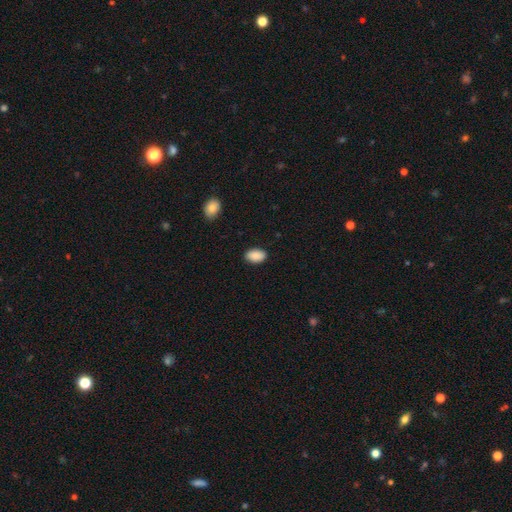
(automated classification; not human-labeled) Morphology: type=smooth (90%); roundness=in between (91%); merging=none (88%).